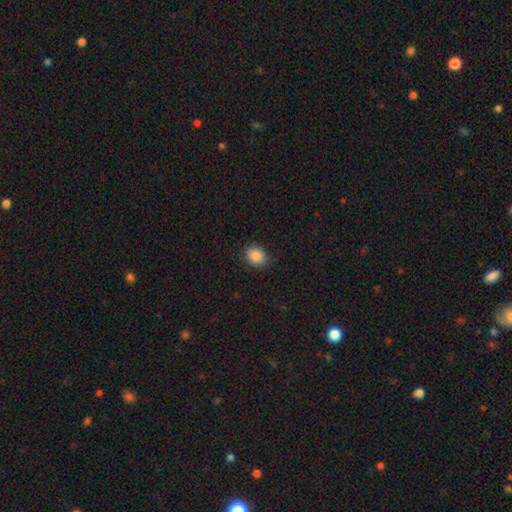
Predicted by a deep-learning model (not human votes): smooth_or_featured: smooth (p=0.87) [alt: star or artifact p=0.09]
how_rounded: round (p=0.62) [alt: in between p=0.37]
merging: none (p=0.83) [alt: minor disturbance p=0.13]